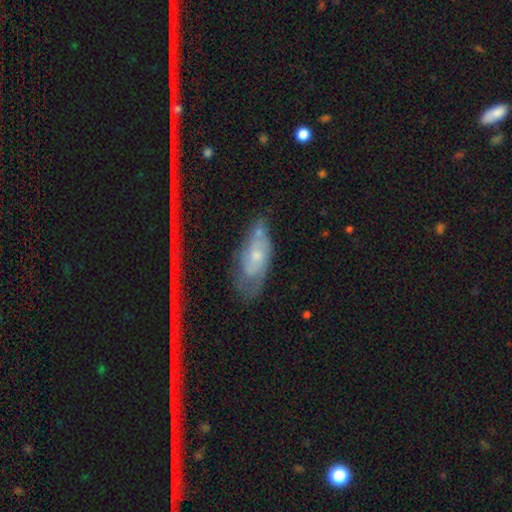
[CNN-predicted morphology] type=featured or disk (56%); edge-on=no (87%); merging=none (56%).